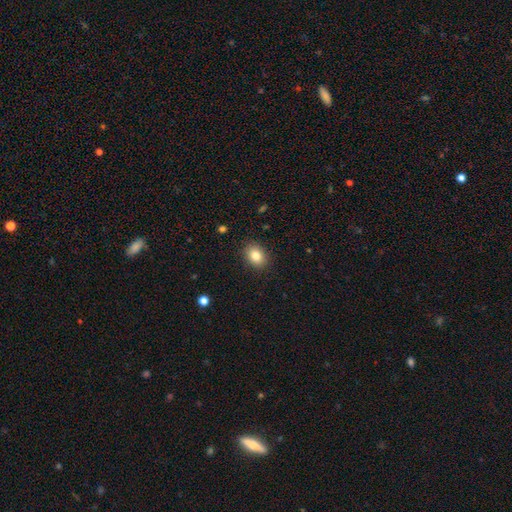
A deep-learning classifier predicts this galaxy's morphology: A smooth galaxy with no disk features (84%) that is in between round and cigar-shaped (63%). Merging: none (88%).